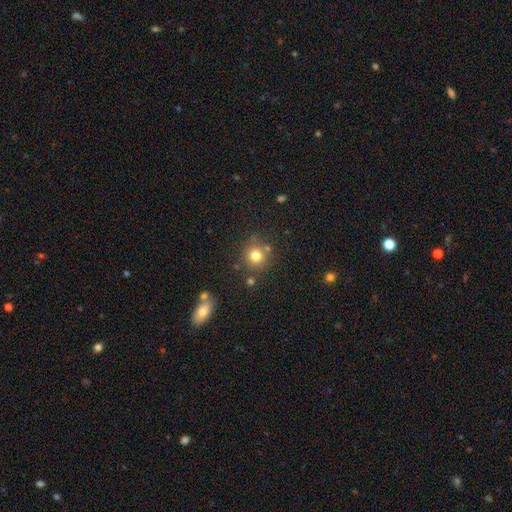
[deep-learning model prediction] Overall: smooth (78%). How rounded: round (92%). Merging: none (80%).